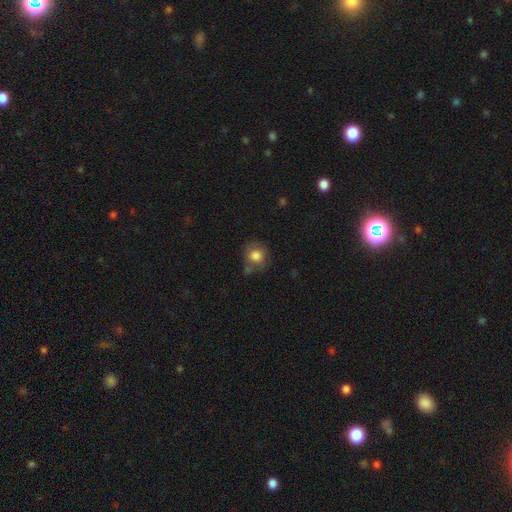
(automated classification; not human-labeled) Smooth or featured: smooth — 79% (featured or disk — 12%)
How rounded: round — 83% (in between — 16%)
Merging: none — 59% (minor disturbance — 22%)